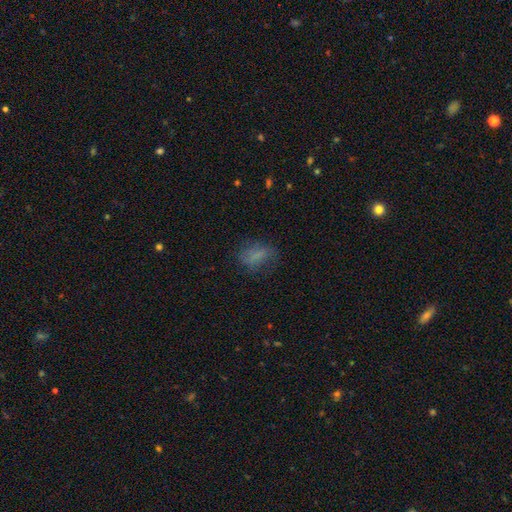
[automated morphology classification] Smooth or featured: smooth — 71% (featured or disk — 16%)
How rounded: in between — 81% (round — 11%)
Merging: none — 62% (minor disturbance — 22%)